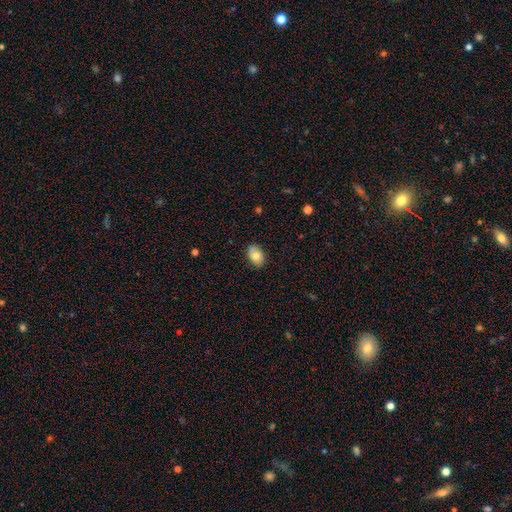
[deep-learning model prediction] Smooth or featured? Predicted: smooth (p=0.79). How rounded? Predicted: in between (p=0.86). Merging? Predicted: none (p=0.83).